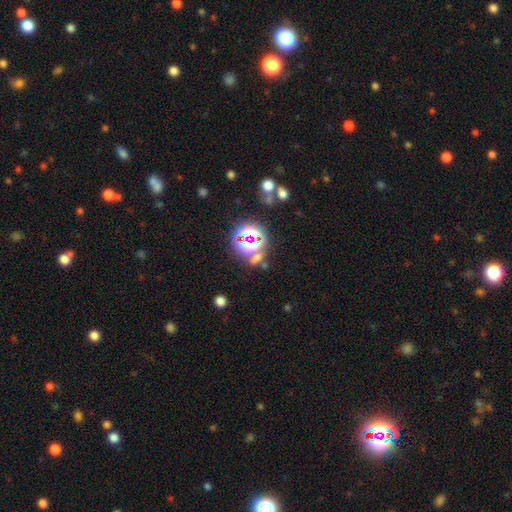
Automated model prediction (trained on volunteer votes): A star or artifact, not a galaxy (74%).

Vote fractions:
- Smooth or featured? star or artifact: 74% / smooth: 16% / featured or disk: 10%